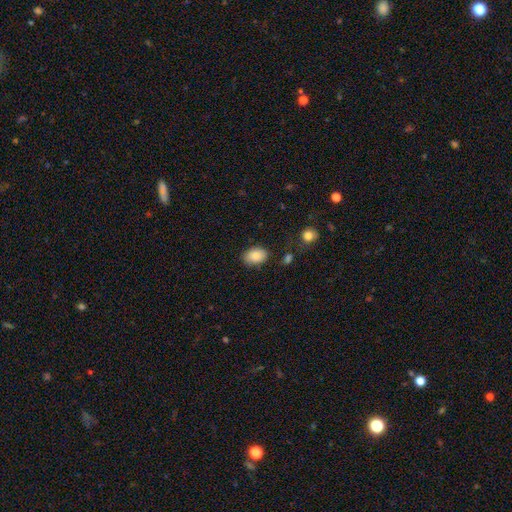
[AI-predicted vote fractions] smooth 87%, star or artifact 8%, featured or disk 5%. Down the decision tree: how rounded — in between (79%); merging — none (79%).